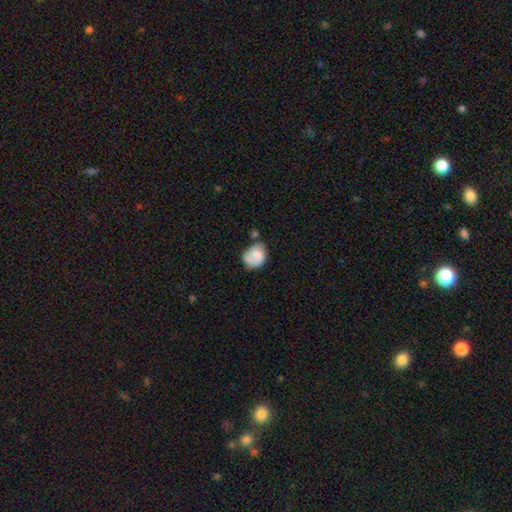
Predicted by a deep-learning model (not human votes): A smooth galaxy with no disk features (50%) that is round (51%). Merging: none (44%).